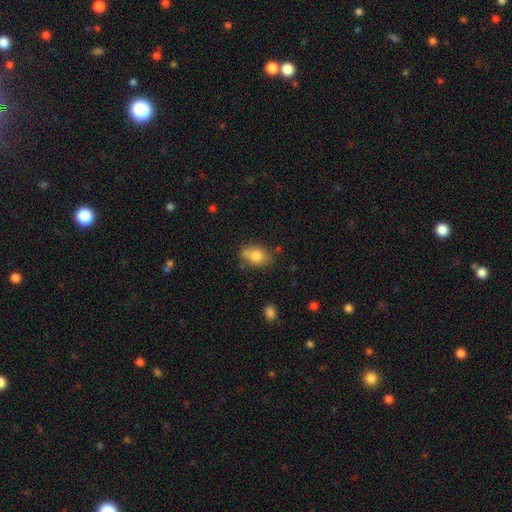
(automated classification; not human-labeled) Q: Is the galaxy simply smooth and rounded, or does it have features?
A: smooth — 78%.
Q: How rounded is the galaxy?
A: in between — 75%.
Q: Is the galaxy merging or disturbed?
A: none — 61%.